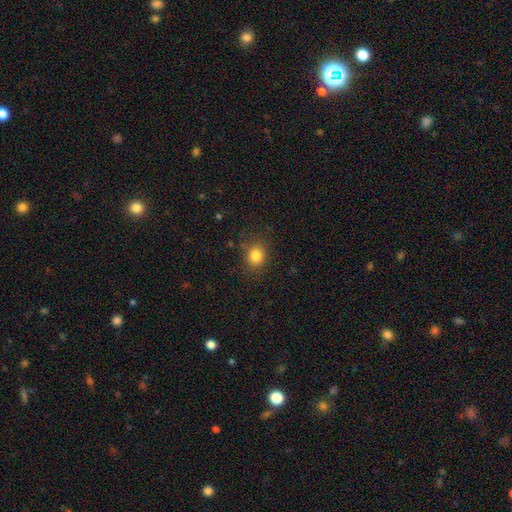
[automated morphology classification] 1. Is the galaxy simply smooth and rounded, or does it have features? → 83% smooth, 12% star or artifact, 6% featured or disk.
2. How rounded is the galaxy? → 65% round, 34% in between, 1% cigar-shaped.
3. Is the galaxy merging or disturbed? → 83% none, 12% minor disturbance, 4% major disturbance, 1% merger.